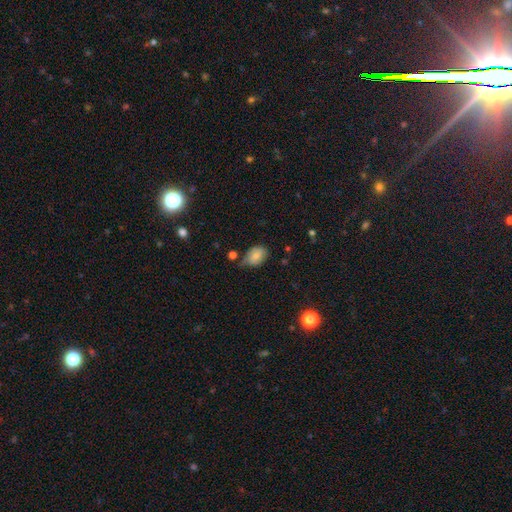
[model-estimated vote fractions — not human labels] Smooth or featured? Predicted: smooth (p=0.79). How rounded? Predicted: in between (p=0.77). Merging? Predicted: none (p=0.53).